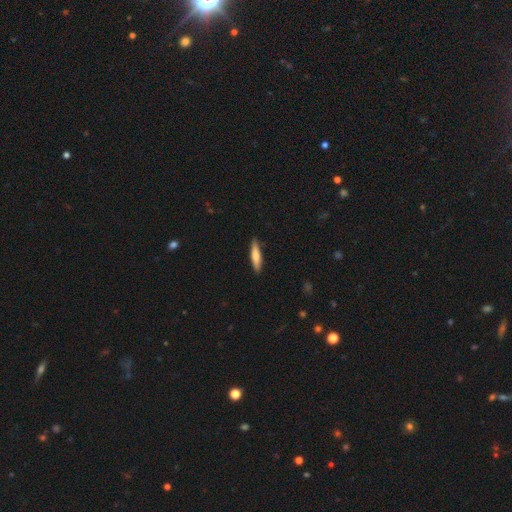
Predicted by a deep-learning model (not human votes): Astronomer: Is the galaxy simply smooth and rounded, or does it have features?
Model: smooth — 70%.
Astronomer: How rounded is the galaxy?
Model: cigar-shaped — 81%.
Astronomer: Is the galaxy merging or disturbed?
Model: none — 89%.